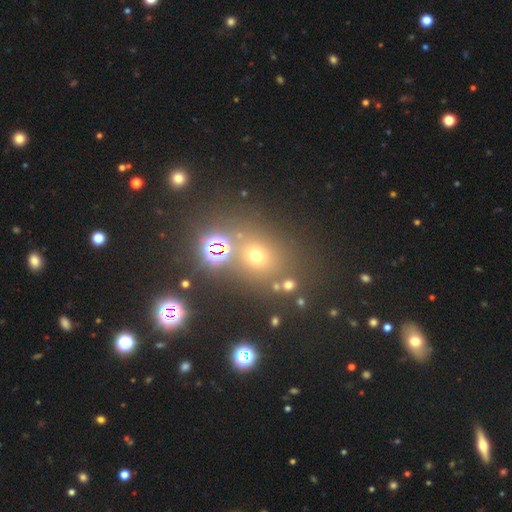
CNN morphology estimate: Smooth or featured? Predicted: smooth (p=0.45). Merging? Predicted: none (p=0.72).